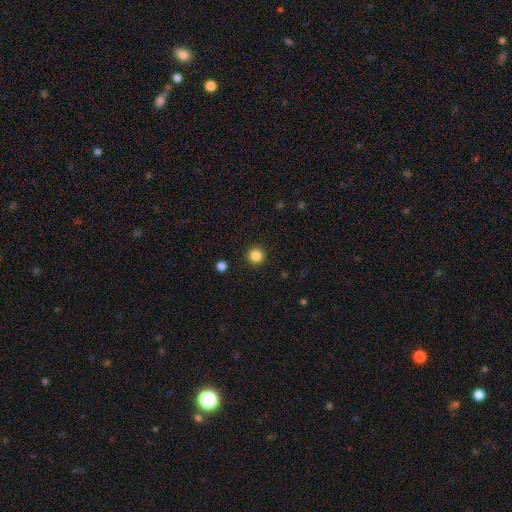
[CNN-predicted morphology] smooth-or-featured: smooth: 85% | star or artifact: 11% | featured or disk: 4%
  how-rounded: round: 96% | in between: 3% | cigar-shaped: 1%
  merging: none: 92% | minor disturbance: 5% | major disturbance: 2% | merger: 1%